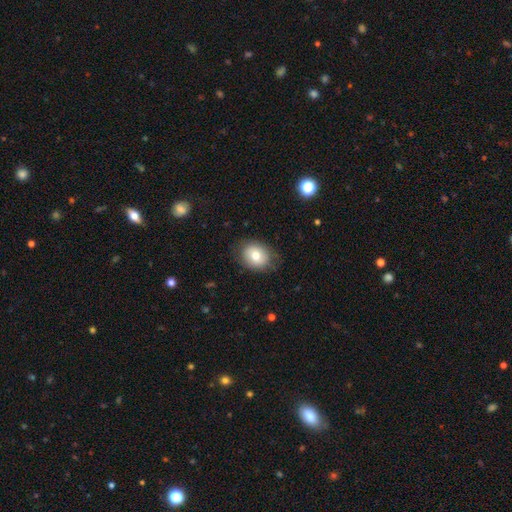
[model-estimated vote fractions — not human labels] Smooth or featured?
  - smooth: 76% *
  - featured or disk: 15%
  - star or artifact: 9%
How rounded?
  - in between: 50% *
  - round: 49%
  - cigar-shaped: 1%
Merging?
  - none: 80% *
  - minor disturbance: 15%
  - major disturbance: 4%
  - merger: 1%